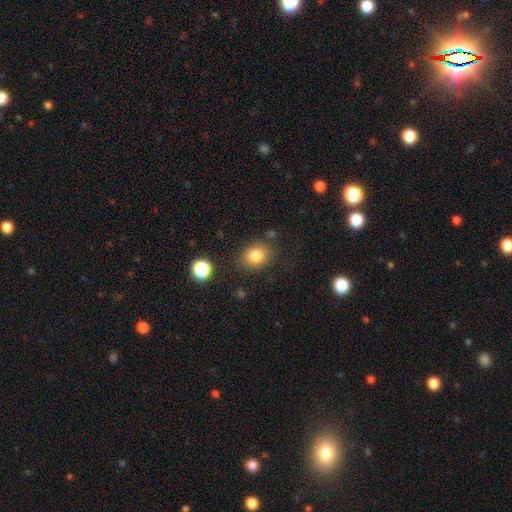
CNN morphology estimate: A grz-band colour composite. It shows a smooth galaxy with no disk features (83%) that is round (52%). Merging: none (80%).